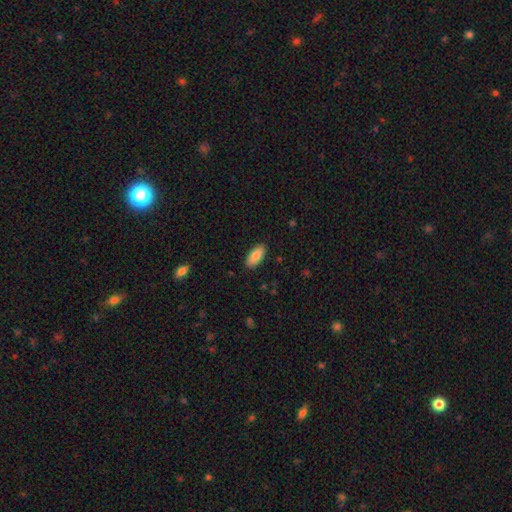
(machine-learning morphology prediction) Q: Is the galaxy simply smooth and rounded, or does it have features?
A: smooth — 86%.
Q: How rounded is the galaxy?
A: in between — 88%.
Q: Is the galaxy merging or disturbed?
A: none — 88%.